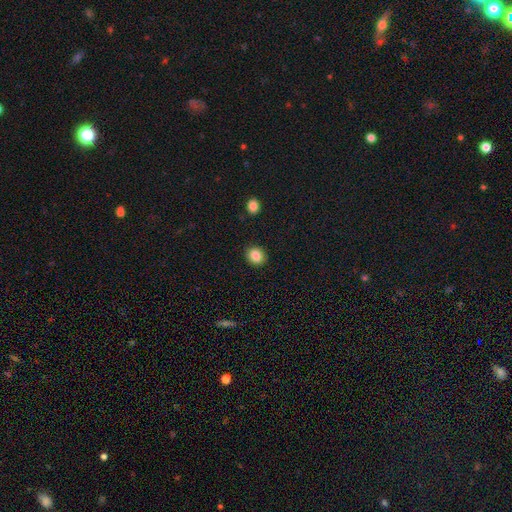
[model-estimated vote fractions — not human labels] A smooth galaxy with no disk features (86%) that is round (68%).

Vote fractions:
- Smooth or featured? smooth: 86% / star or artifact: 9% / featured or disk: 4%
- How rounded? round: 68% / in between: 31% / cigar-shaped: 1%
- Merging? none: 90% / minor disturbance: 7% / major disturbance: 2% / merger: 1%